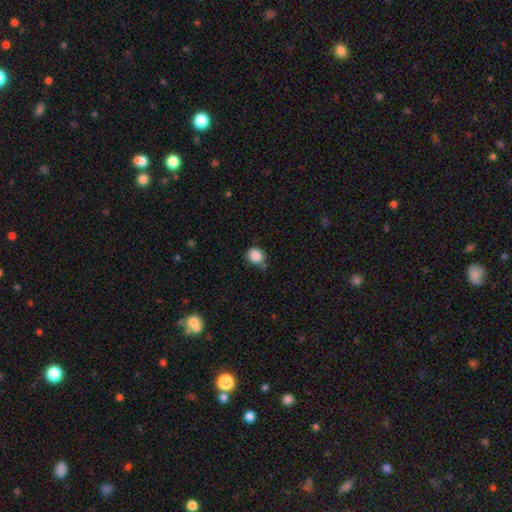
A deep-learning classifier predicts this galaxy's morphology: smooth 88%, star or artifact 9%, featured or disk 3%. Down the decision tree: how rounded — round (71%); merging — none (65%).